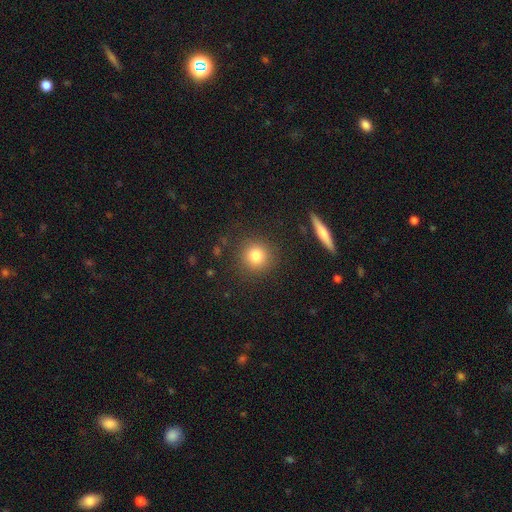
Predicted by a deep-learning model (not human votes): The model was most divided on "smooth or featured": smooth: 80%, star or artifact: 11%, featured or disk: 8%. More confident: how rounded — round (92%); merging — none (88%).